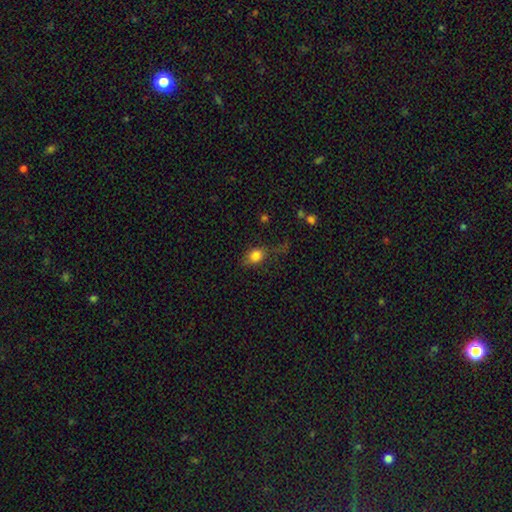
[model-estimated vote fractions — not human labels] Q: Smooth or featured?
A: smooth (80%); runner-up: star or artifact (10%)
Q: How rounded?
A: in between (62%); runner-up: round (34%)
Q: Merging?
A: none (55%); runner-up: minor disturbance (25%)